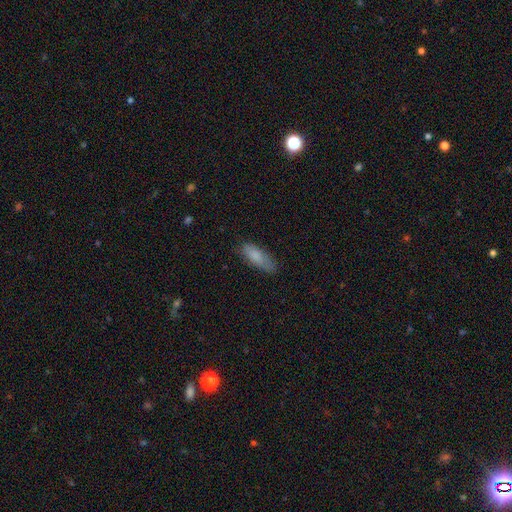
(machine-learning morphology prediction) Smooth or featured? smooth (80%)
How rounded? in between (64%)
Merging? none (70%)